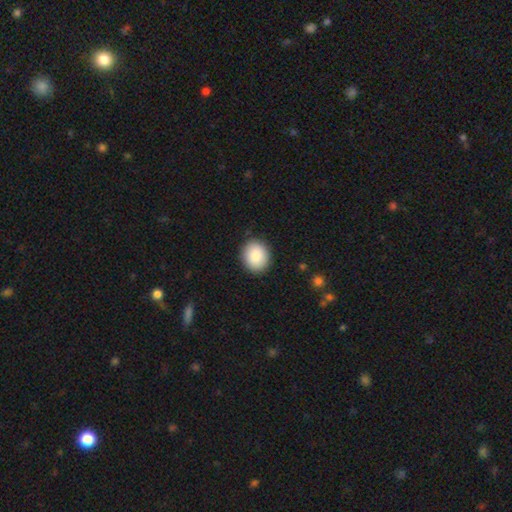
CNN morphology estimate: smooth-or-featured: smooth: 88% | star or artifact: 7% | featured or disk: 5%
  how-rounded: round: 69% | in between: 30% | cigar-shaped: 1%
  merging: none: 90% | minor disturbance: 7% | major disturbance: 2% | merger: 1%